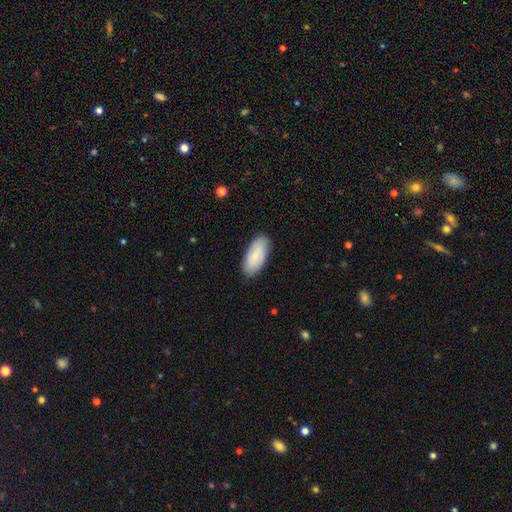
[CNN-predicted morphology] type=smooth (76%); roundness=in between (90%); merging=none (86%).